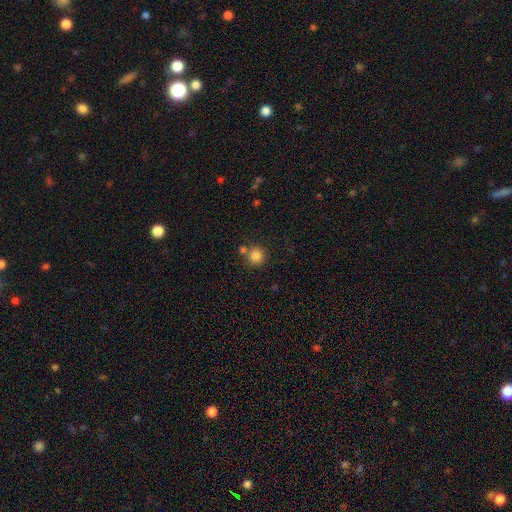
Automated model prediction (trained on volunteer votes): Smooth or featured? Predicted: smooth (p=0.83). How rounded? Predicted: round (p=0.92). Merging? Predicted: none (p=0.69).